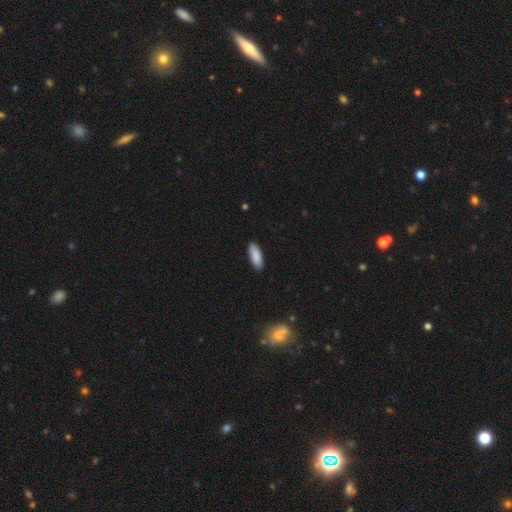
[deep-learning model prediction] smooth 89%, star or artifact 6%, featured or disk 5%. Down the decision tree: how rounded — in between (70%); merging — none (88%).